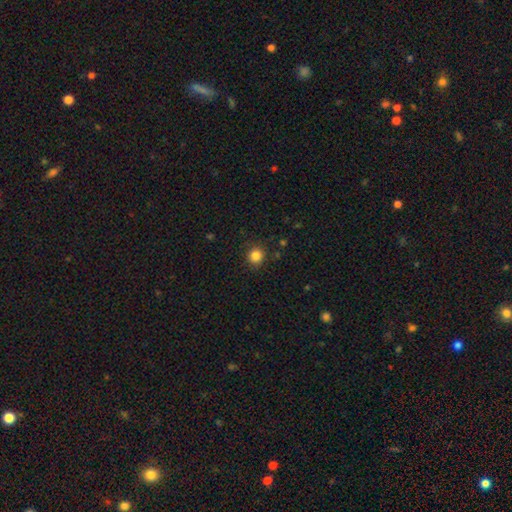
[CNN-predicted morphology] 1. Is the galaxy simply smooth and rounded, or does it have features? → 84% smooth, 12% star or artifact, 4% featured or disk.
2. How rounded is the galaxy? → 92% round, 7% in between, 1% cigar-shaped.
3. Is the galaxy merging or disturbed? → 89% none, 7% minor disturbance, 3% major disturbance, 1% merger.